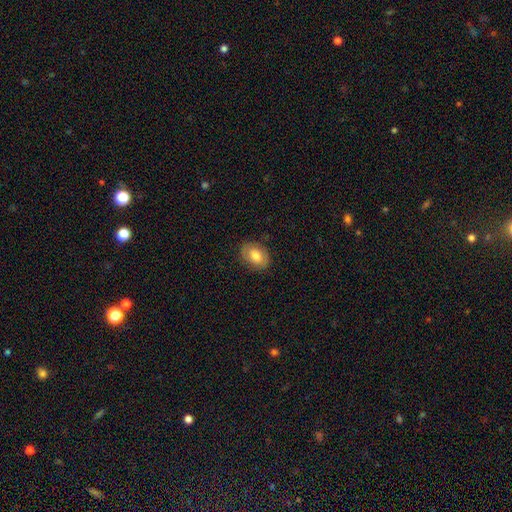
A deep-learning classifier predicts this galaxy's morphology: This appears to be a smooth galaxy with no disk features (70%) that is in between round and cigar-shaped (76%). Merging: none (83%).